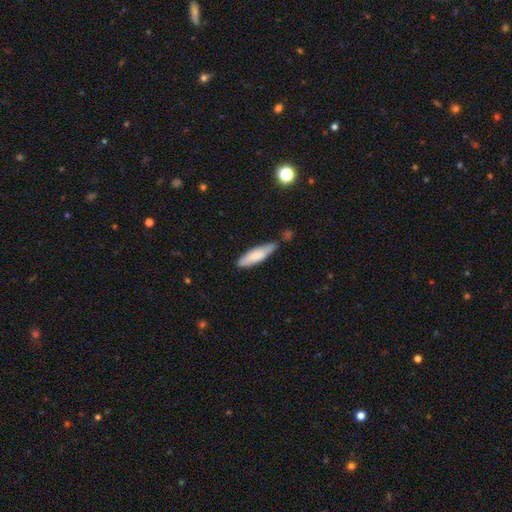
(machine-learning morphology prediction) This appears to be a smooth galaxy with no disk features (75%) that is cigar-shaped (65%). Merging: none (66%).